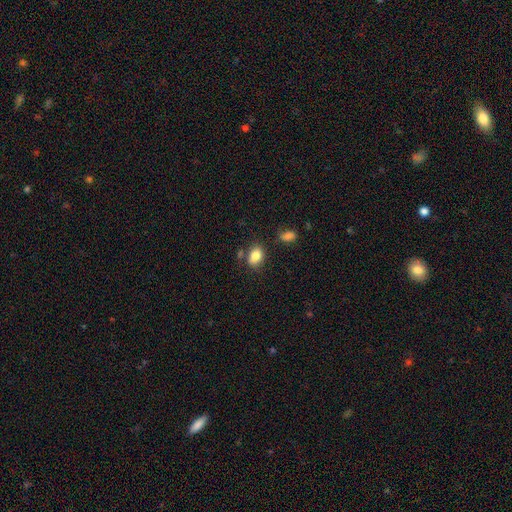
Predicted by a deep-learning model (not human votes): This appears to be a smooth galaxy with no disk features (83%) that is in between round and cigar-shaped (77%). Merging: none (74%).